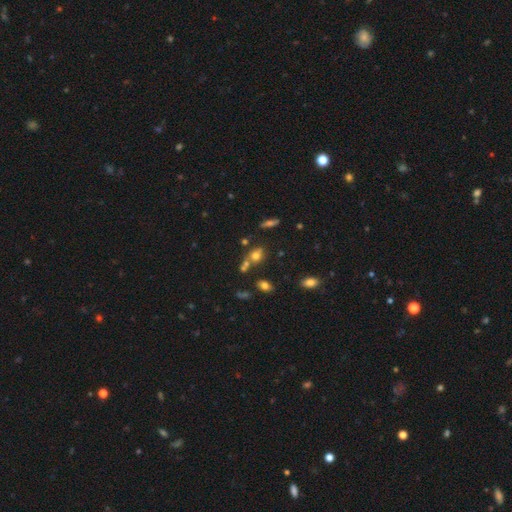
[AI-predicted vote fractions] Morphology: type=smooth (65%); roundness=round (49%); merging=none (50%).